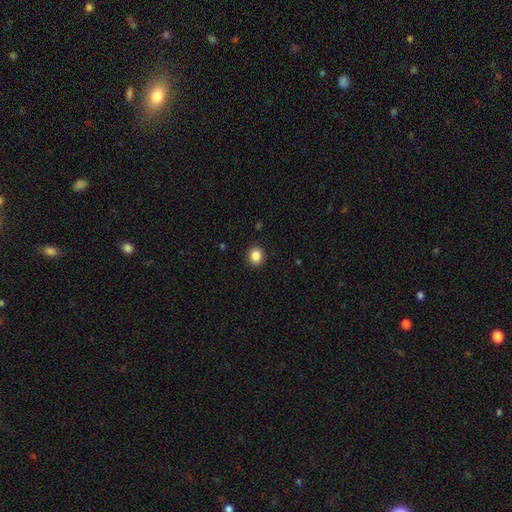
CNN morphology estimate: smooth_or_featured: smooth (p=0.86) [alt: star or artifact p=0.10]
how_rounded: round (p=0.76) [alt: in between p=0.23]
merging: none (p=0.91) [alt: minor disturbance p=0.06]